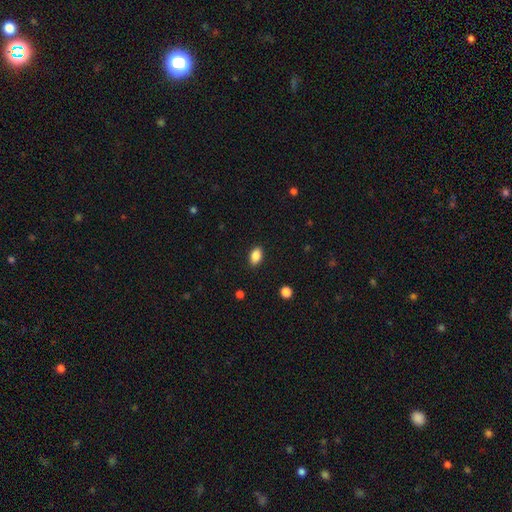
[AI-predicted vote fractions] A smooth galaxy with no disk features (86%) that is in between round and cigar-shaped (89%). Merging: none (88%).